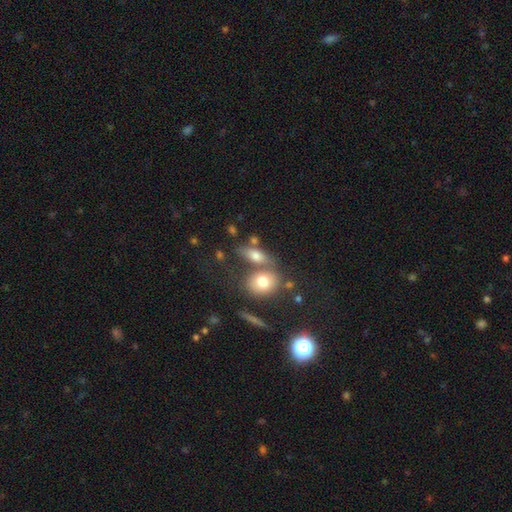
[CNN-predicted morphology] Smooth or featured? Predicted: smooth (p=0.72). How rounded? Predicted: in between (p=0.71). Merging? Predicted: none (p=0.47).